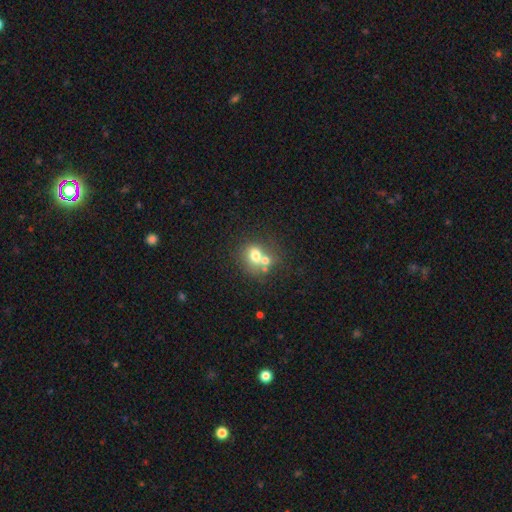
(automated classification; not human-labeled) This is likely a smooth galaxy (67%). How rounded: likely round (68%). Merging: possibly merger (49%).